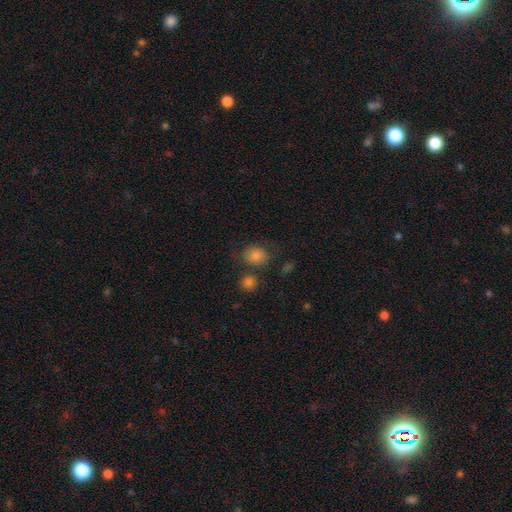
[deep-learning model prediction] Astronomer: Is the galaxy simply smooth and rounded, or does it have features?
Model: smooth — 78%.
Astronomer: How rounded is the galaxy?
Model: round — 63%.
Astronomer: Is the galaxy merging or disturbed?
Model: none — 68%.